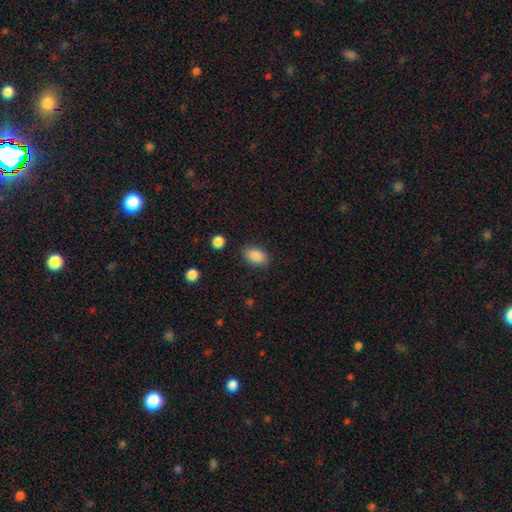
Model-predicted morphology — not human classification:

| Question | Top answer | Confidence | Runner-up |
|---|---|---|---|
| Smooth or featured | smooth | 88% | star or artifact (8%) |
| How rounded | in between | 87% | round (11%) |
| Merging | none | 85% | minor disturbance (11%) |